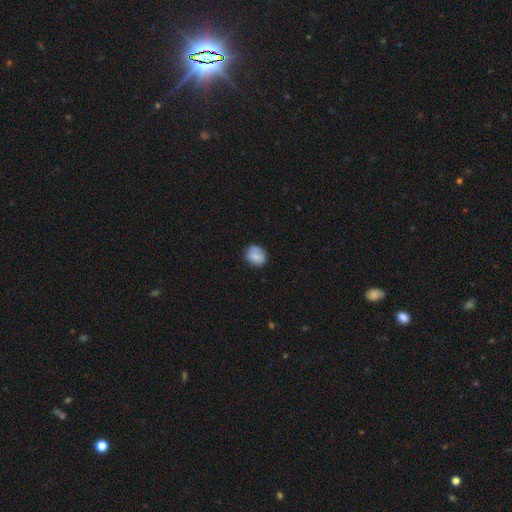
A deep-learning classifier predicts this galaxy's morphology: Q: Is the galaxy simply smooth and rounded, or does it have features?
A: smooth — 82%.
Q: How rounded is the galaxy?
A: round — 62%.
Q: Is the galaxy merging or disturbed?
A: none — 80%.